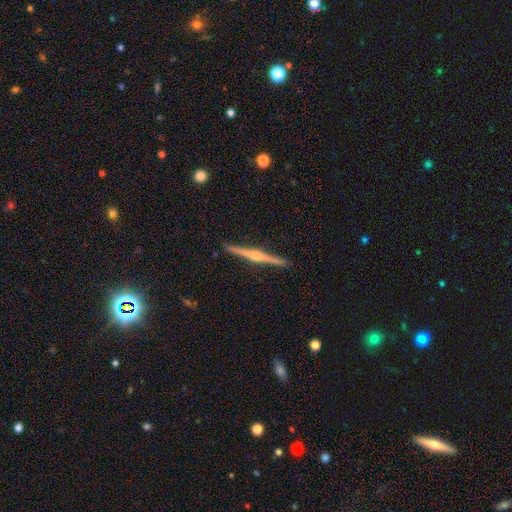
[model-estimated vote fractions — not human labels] Overall: featured or disk (85%). Edge-on disk: yes (99%). Edge-on bulge: rounded (89%). Merging: none (93%).